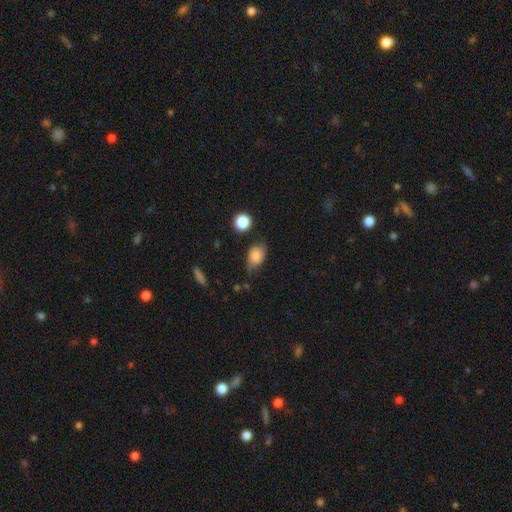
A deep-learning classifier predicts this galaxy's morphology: type=smooth (75%); roundness=in between (74%); merging=none (53%).